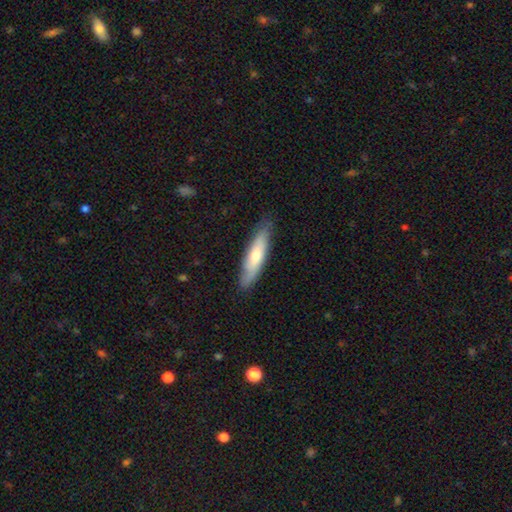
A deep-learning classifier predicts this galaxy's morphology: This is likely a smooth galaxy (60%). How rounded: likely cigar-shaped (72%). Merging: clearly none (82%).